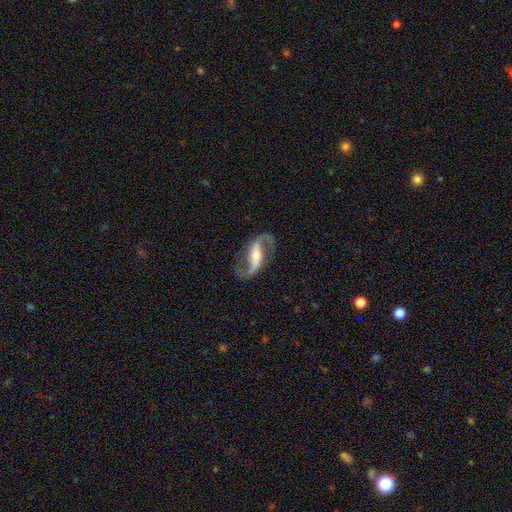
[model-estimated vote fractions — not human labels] smooth-or-featured: featured or disk: 90% | smooth: 5% | star or artifact: 4%
  disk-edge-on: no: 95% | yes: 5%
    bar: strong: 50% | weak: 31% | no: 19%
    has-spiral-arms: yes: 97% | no: 3%
      spiral-winding: loose: 64% | medium: 29% | tight: 6%
      spiral-arm-count: 2: 93% | 1: 2% | can't tell: 1% | 3: 1% | 4: 1% | more than 4: 1%
    bulge-size: moderate: 42% | small: 36% | large: 12% | none: 8% | dominant: 2%
  merging: none: 81% | minor disturbance: 11% | major disturbance: 7% | merger: 2%